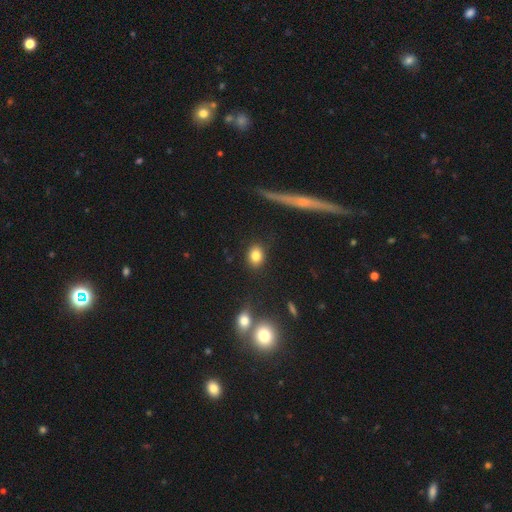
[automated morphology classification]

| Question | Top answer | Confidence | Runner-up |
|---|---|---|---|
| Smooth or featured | smooth | 82% | star or artifact (10%) |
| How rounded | in between | 54% | round (44%) |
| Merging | none | 87% | minor disturbance (8%) |